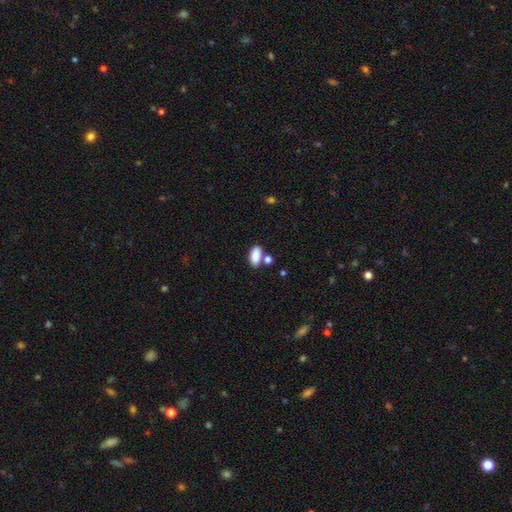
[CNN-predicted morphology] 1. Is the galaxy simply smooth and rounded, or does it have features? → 87% smooth, 8% star or artifact, 5% featured or disk.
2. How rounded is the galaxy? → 92% in between, 4% round, 4% cigar-shaped.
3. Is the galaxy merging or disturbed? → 65% none, 19% merger, 12% minor disturbance, 4% major disturbance.